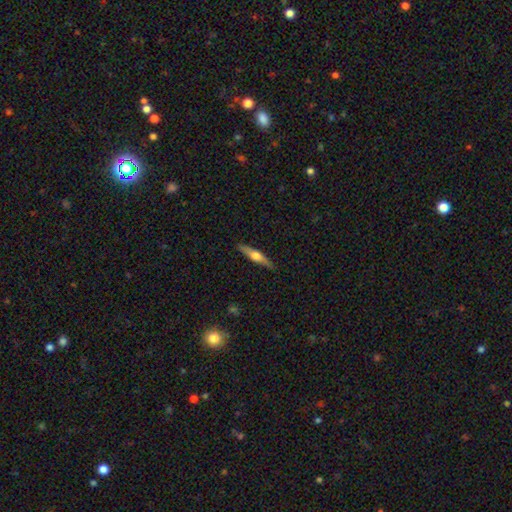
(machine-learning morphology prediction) This is possibly a featured or disk galaxy (57%). It is clearly viewed edge-on (95%). Edge-on bulge: clearly rounded (91%). Merging: clearly none (88%).